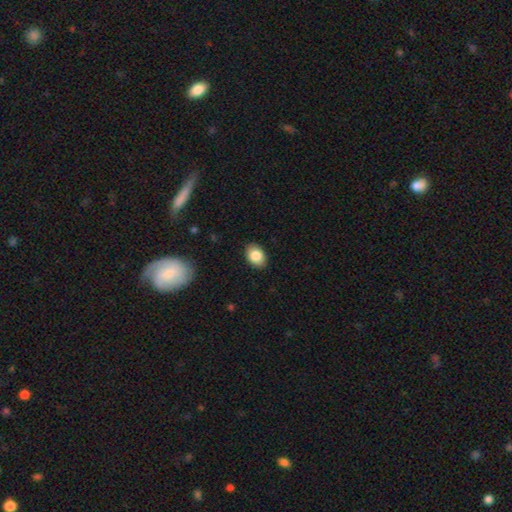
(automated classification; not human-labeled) Q: Smooth or featured?
A: smooth (85%); runner-up: star or artifact (8%)
Q: How rounded?
A: in between (82%); runner-up: round (17%)
Q: Merging?
A: none (89%); runner-up: minor disturbance (8%)